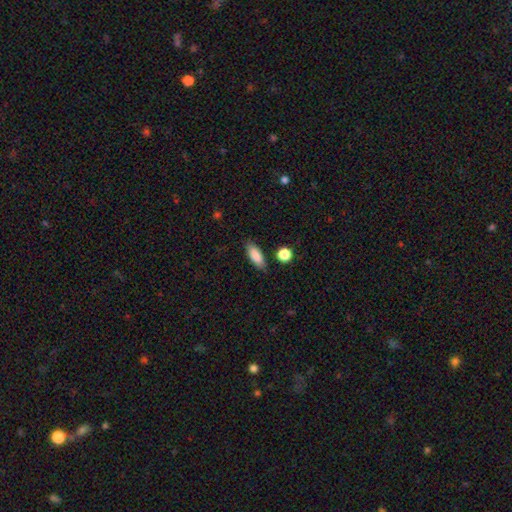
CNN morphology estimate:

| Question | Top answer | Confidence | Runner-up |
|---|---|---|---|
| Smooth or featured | smooth | 85% | featured or disk (8%) |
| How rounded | in between | 74% | cigar-shaped (23%) |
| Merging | none | 83% | minor disturbance (11%) |